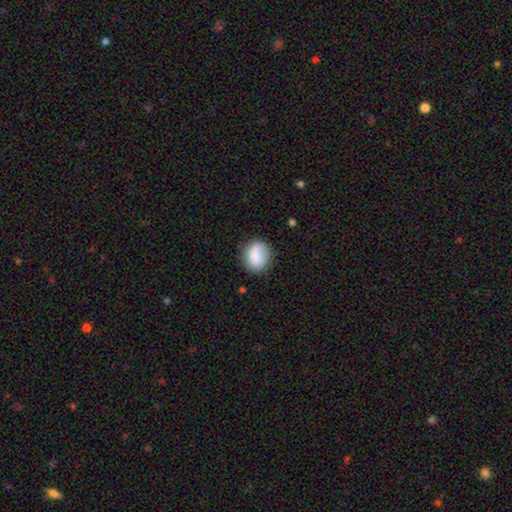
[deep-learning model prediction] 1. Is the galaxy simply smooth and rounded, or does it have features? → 81% smooth, 11% featured or disk, 8% star or artifact.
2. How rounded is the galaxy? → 66% round, 33% in between, 1% cigar-shaped.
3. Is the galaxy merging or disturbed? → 73% none, 18% minor disturbance, 6% major disturbance, 3% merger.